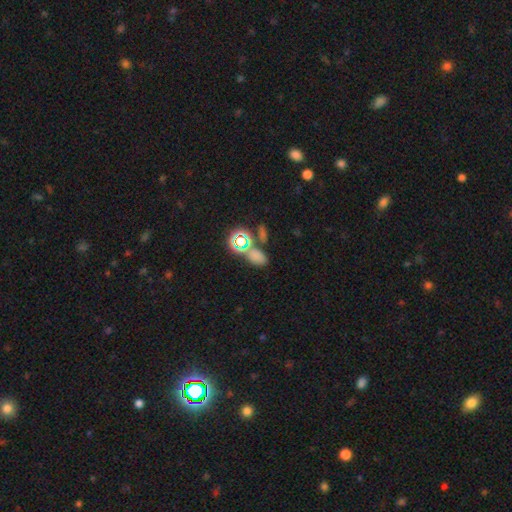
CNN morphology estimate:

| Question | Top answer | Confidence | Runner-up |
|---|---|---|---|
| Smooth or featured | smooth | 62% | star or artifact (30%) |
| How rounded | in between | 76% | round (22%) |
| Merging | none | 56% | merger (27%) |